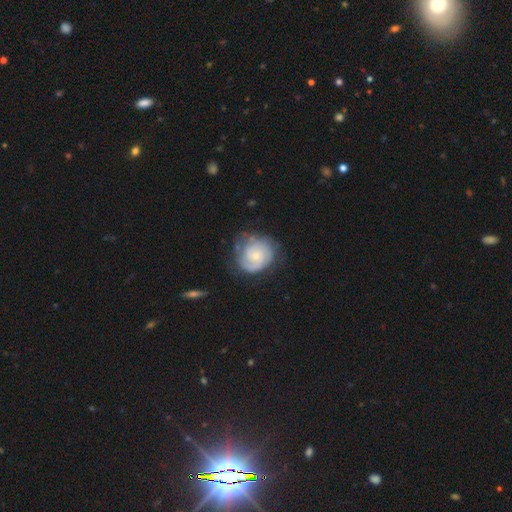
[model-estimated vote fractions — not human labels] Q: Smooth or featured?
A: featured or disk (71%); runner-up: smooth (23%)
Q: Edge-on disk?
A: no (98%); runner-up: yes (2%)
Q: Bar?
A: no (75%); runner-up: weak (22%)
Q: Spiral arms?
A: yes (90%); runner-up: no (10%)
Q: Spiral winding?
A: tight (65%); runner-up: medium (27%)
Q: Spiral arm count?
A: 2 (38%); runner-up: can't tell (33%)
Q: Bulge size?
A: small (63%); runner-up: moderate (31%)
Q: Merging?
A: none (67%); runner-up: minor disturbance (21%)